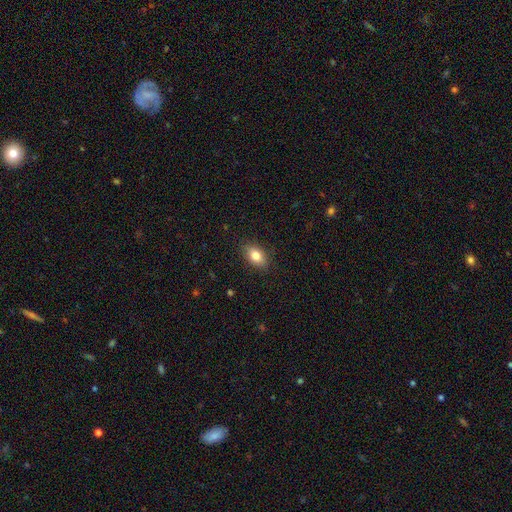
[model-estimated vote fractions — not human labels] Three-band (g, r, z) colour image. It shows a smooth galaxy with no disk features (81%) that is in between round and cigar-shaped (88%). Merging: none (87%).